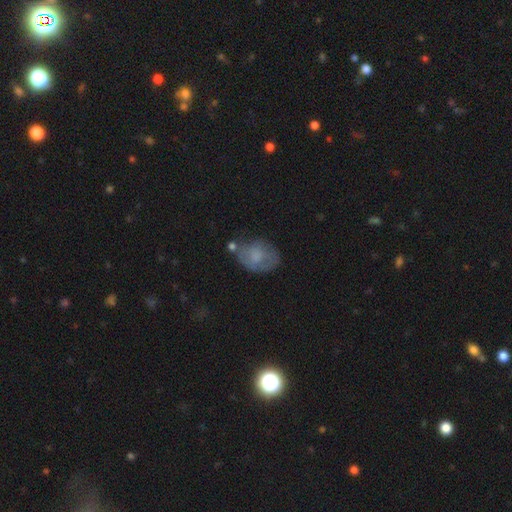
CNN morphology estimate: The model was most divided on "merging": none: 44%, minor disturbance: 30%, major disturbance: 16%, merger: 10%. More confident: how rounded — in between (75%); smooth or featured — smooth (58%).